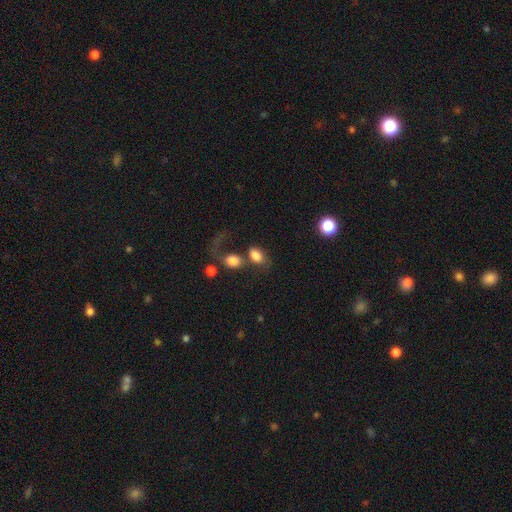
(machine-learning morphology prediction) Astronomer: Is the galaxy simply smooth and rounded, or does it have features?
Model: smooth — 76%.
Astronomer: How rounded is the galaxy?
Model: in between — 80%.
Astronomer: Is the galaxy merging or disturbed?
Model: merger — 46% (runner-up: none, 25%).